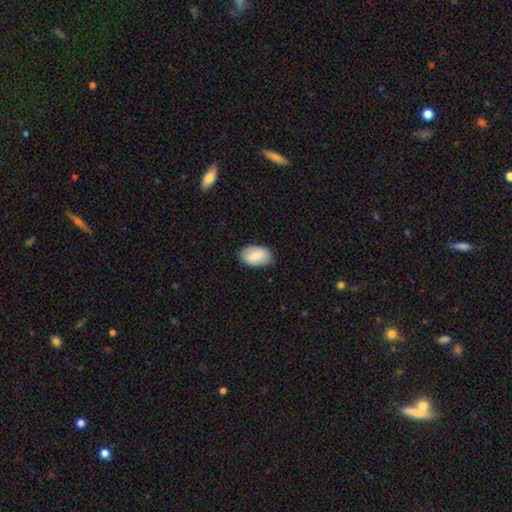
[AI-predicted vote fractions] smooth 80%, featured or disk 13%, star or artifact 6%. Down the decision tree: how rounded — in between (91%); merging — none (83%).